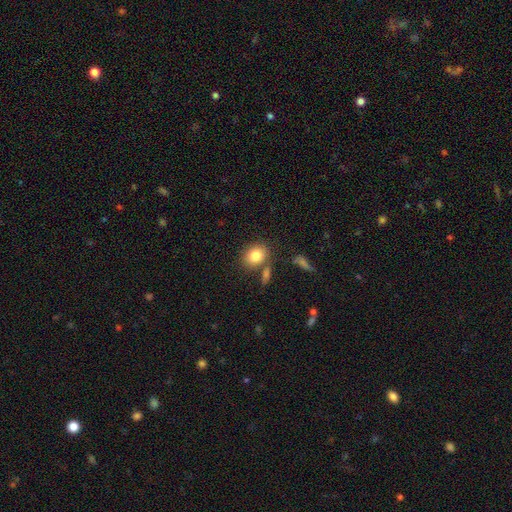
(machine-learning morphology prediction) A smooth galaxy with no disk features (82%) that is round (52%).

Vote fractions:
- Smooth or featured? smooth: 82% / featured or disk: 9% / star or artifact: 9%
- How rounded? round: 52% / in between: 47% / cigar-shaped: 1%
- Merging? none: 72% / merger: 13% / minor disturbance: 12% / major disturbance: 4%